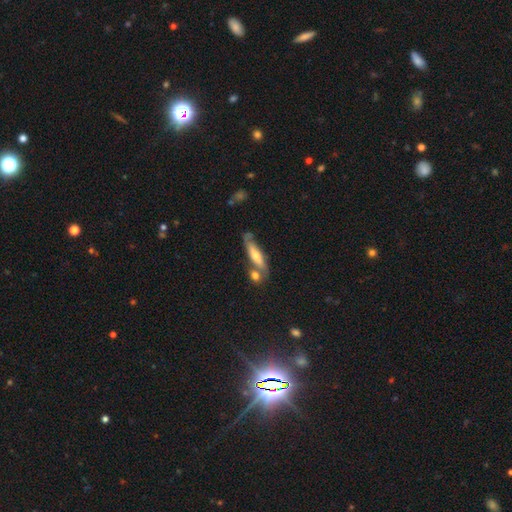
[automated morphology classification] This appears to be a featured or disk galaxy (46%, tied with smooth). Merging: none (57%).